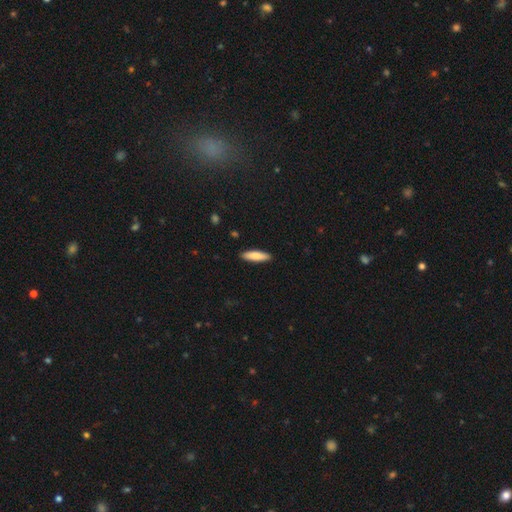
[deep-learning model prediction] This appears to be a smooth galaxy with no disk features (82%) that is cigar-shaped (65%). Merging: none (90%).